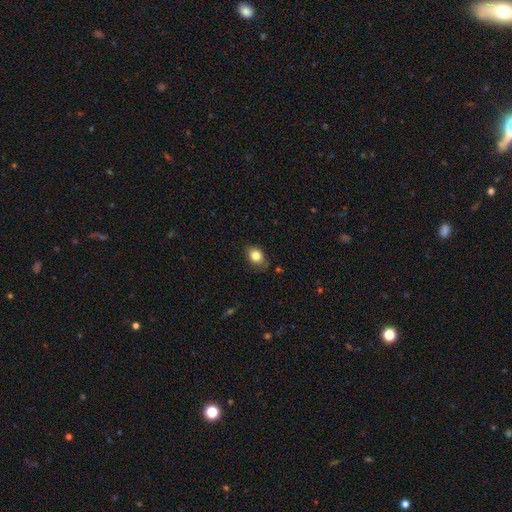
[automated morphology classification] Smooth or featured?
  - smooth: 82% *
  - star or artifact: 9%
  - featured or disk: 9%
How rounded?
  - in between: 65% *
  - round: 34%
  - cigar-shaped: 1%
Merging?
  - none: 76% *
  - minor disturbance: 19%
  - major disturbance: 3%
  - merger: 1%